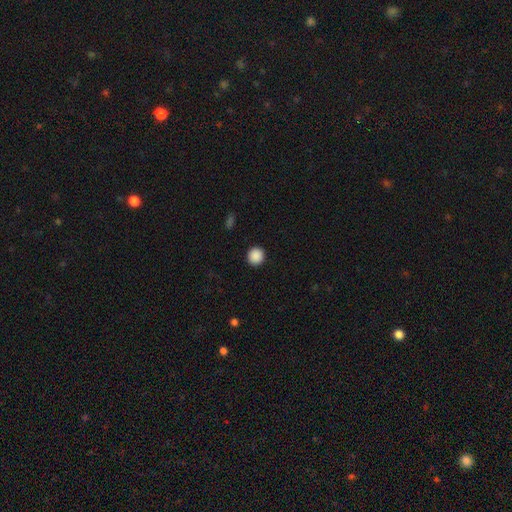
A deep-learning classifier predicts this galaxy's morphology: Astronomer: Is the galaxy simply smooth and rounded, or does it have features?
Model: smooth — 89%.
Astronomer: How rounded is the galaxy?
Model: round — 94%.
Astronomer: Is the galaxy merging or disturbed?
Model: none — 93%.